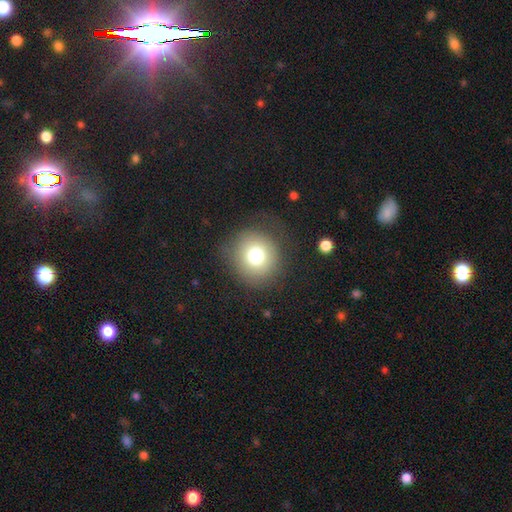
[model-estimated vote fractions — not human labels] smooth-or-featured: smooth: 75% | featured or disk: 13% | star or artifact: 12%
  how-rounded: round: 90% | in between: 9% | cigar-shaped: 1%
  merging: none: 76% | minor disturbance: 14% | major disturbance: 9% | merger: 1%